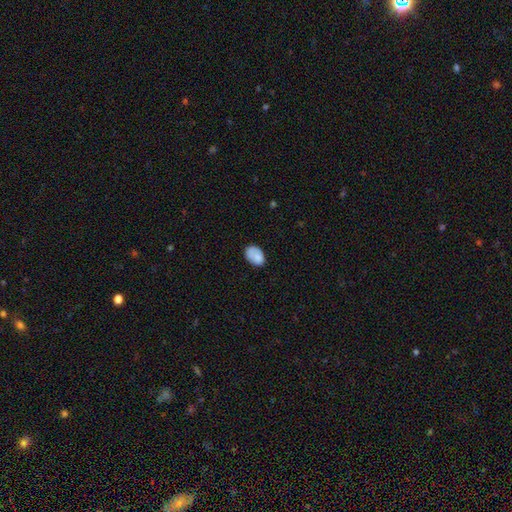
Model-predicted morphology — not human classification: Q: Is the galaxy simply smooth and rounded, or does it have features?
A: smooth — 81%.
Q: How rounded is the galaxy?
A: in between — 82%.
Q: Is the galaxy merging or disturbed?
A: none — 60%.